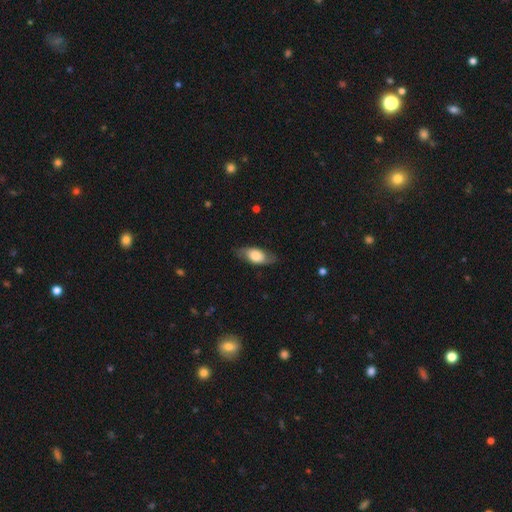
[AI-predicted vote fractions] The model was most divided on "smooth or featured": smooth: 61%, featured or disk: 33%, star or artifact: 7%. More confident: how rounded — in between (83%); merging — none (77%).